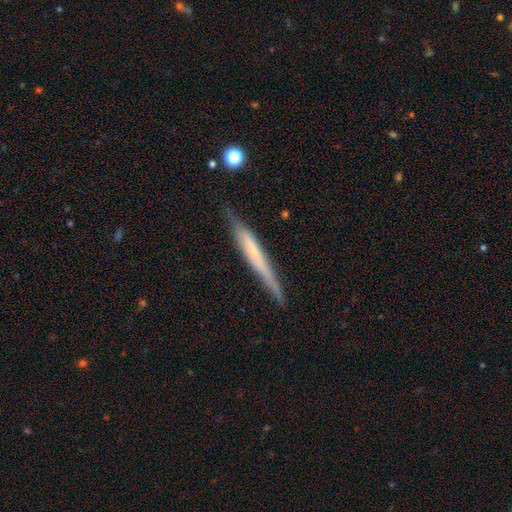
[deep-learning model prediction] Smooth or featured: featured or disk — 53% (smooth — 40%)
Edge-on disk: yes — 94% (no — 6%)
Edge-on bulge: none — 73% (rounded — 18%)
Merging: none — 81% (minor disturbance — 15%)